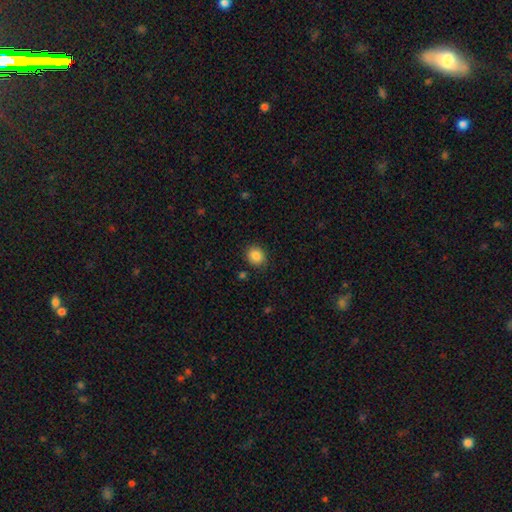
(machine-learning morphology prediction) This appears to be a smooth galaxy with no disk features (86%) that is round (75%). Merging: none (86%).